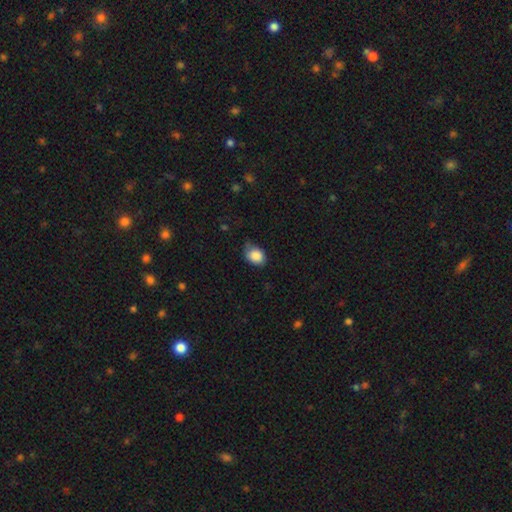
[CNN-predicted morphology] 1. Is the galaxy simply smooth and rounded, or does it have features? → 88% smooth, 8% star or artifact, 4% featured or disk.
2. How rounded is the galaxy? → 65% in between, 34% round, 1% cigar-shaped.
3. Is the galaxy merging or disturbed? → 60% none, 33% minor disturbance, 6% major disturbance, 2% merger.